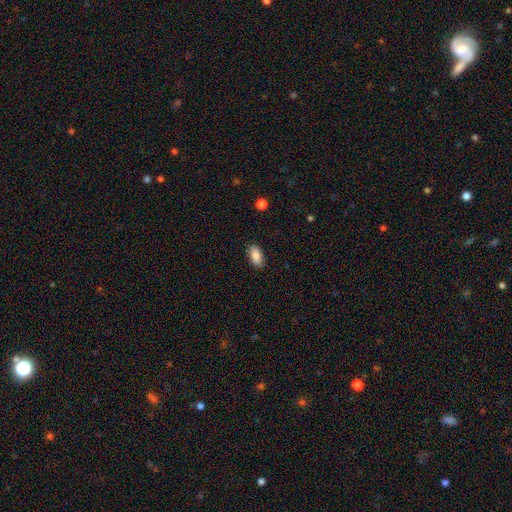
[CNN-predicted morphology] The model was most divided on "merging": none: 88%, minor disturbance: 9%, major disturbance: 2%, merger: 1%. More confident: how rounded — in between (91%); smooth or featured — smooth (87%).